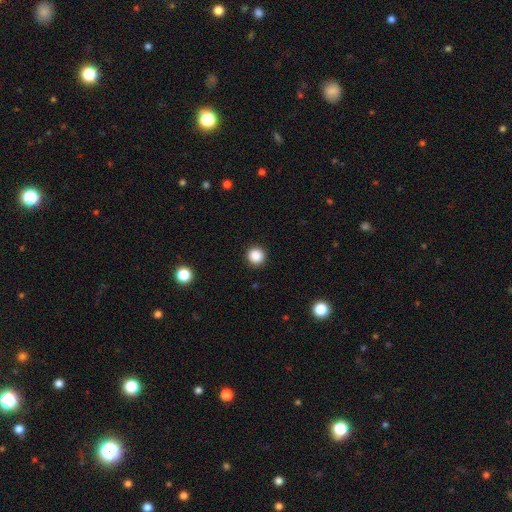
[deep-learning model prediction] Smooth or featured?
  - smooth: 87% *
  - star or artifact: 10%
  - featured or disk: 2%
How rounded?
  - round: 95% *
  - in between: 4%
  - cigar-shaped: 1%
Merging?
  - none: 92% *
  - minor disturbance: 5%
  - major disturbance: 2%
  - merger: 1%